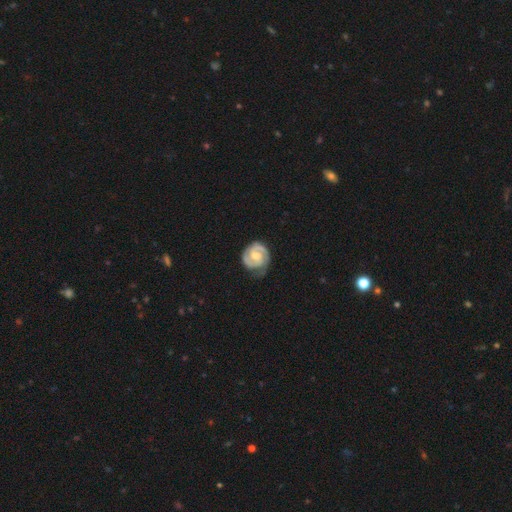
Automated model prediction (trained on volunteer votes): The model was most divided on "bar": no: 52%, weak: 40%, strong: 8%. More confident: edge-on disk — no (98%); spiral arms — yes (97%); smooth or featured — featured or disk (85%); spiral arm count — 2 (80%); merging — none (70%); spiral winding — tight (63%); bulge size — moderate (57%).